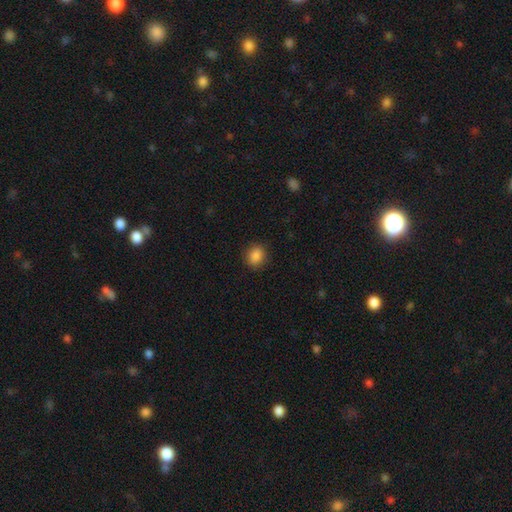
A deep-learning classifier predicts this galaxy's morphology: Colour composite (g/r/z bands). It shows a smooth galaxy with no disk features (87%) that is round (65%). Merging: none (89%).